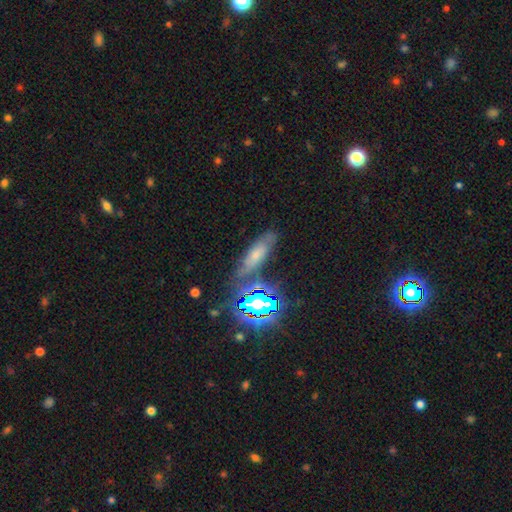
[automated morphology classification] A smooth galaxy with no disk features (46%).

Vote fractions:
- Smooth or featured? smooth: 46% / star or artifact: 28% / featured or disk: 26%
- Merging? none: 68% / minor disturbance: 18% / merger: 8% / major disturbance: 7%